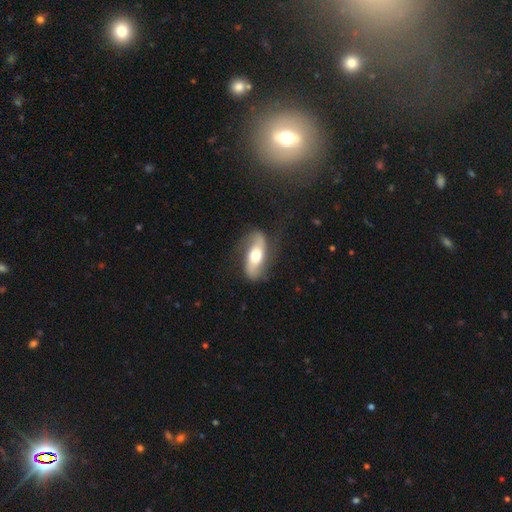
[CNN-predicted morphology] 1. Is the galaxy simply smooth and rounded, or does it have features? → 64% featured or disk, 30% smooth, 5% star or artifact.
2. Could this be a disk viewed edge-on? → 83% no, 17% yes.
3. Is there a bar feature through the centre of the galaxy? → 49% no, 26% strong, 25% weak.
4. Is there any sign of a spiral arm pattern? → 83% yes, 17% no.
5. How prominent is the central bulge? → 68% moderate, 20% large, 8% small, 2% dominant, 1% none.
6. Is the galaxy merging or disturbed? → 74% none, 17% minor disturbance, 8% major disturbance, 2% merger.